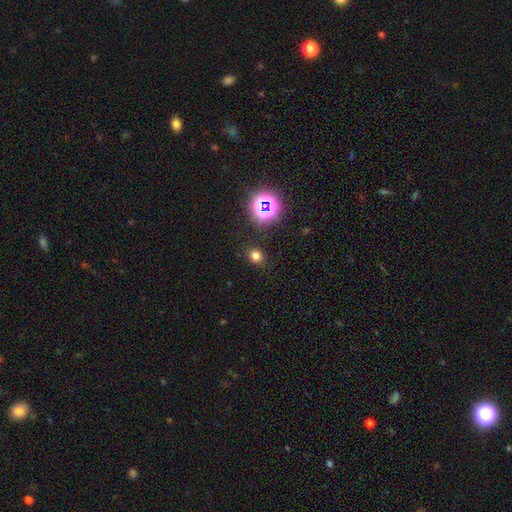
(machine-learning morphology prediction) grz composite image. It shows a smooth galaxy with no disk features (72%) that is round (64%). Merging: none (86%).